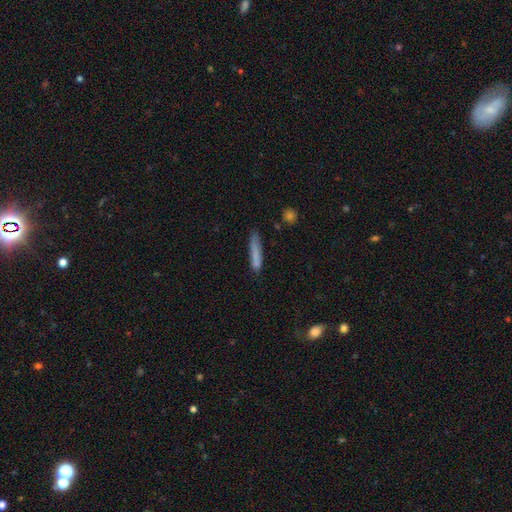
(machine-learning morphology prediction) type=smooth (78%); roundness=cigar-shaped (91%); merging=none (75%).